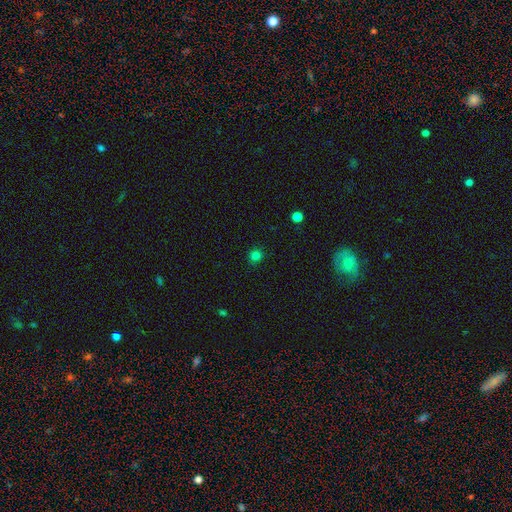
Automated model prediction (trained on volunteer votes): smooth-or-featured: smooth: 80% | star or artifact: 16% | featured or disk: 4%
  how-rounded: round: 91% | in between: 8% | cigar-shaped: 1%
  merging: none: 90% | minor disturbance: 7% | major disturbance: 2% | merger: 1%